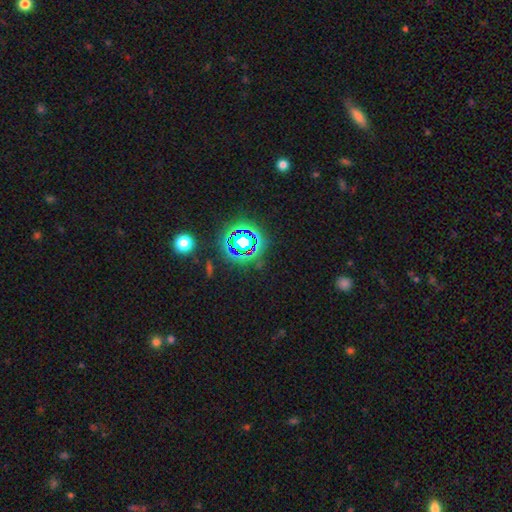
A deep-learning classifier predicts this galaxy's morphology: Smooth or featured? star or artifact (71%)